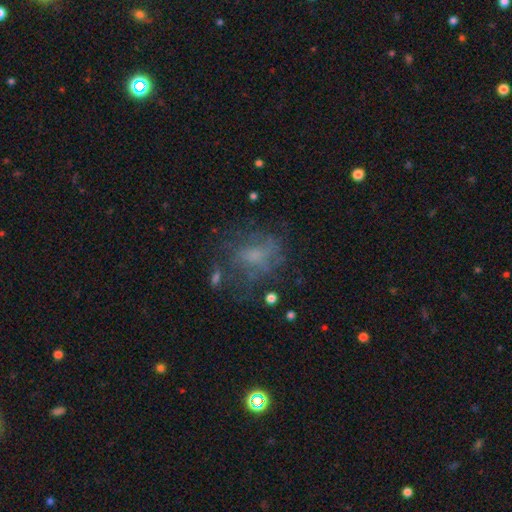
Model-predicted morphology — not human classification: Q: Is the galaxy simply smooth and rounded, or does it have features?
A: smooth — 42%.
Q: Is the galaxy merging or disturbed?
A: none — 53%.